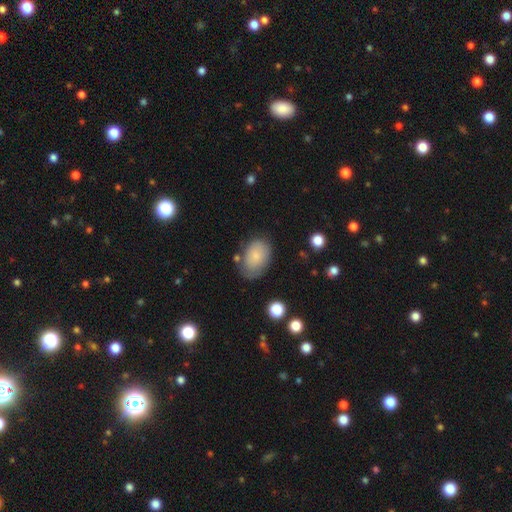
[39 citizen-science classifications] smooth 82%, featured or disk 15%, star or artifact 3%. Down the decision tree: how rounded — in between (88%); merging — none (61%).